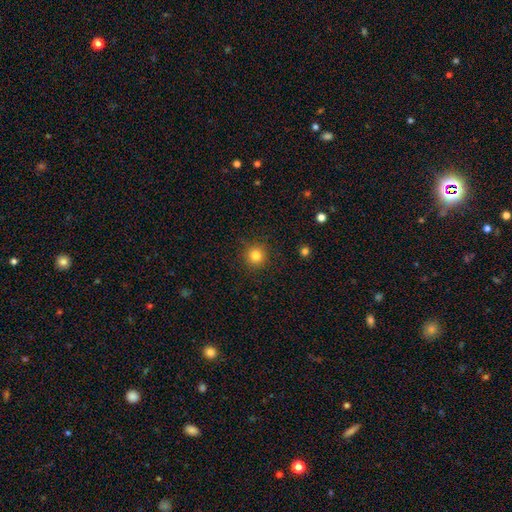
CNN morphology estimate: Smooth or featured: smooth — 81% (star or artifact — 13%)
How rounded: round — 94% (in between — 5%)
Merging: none — 90% (minor disturbance — 6%)